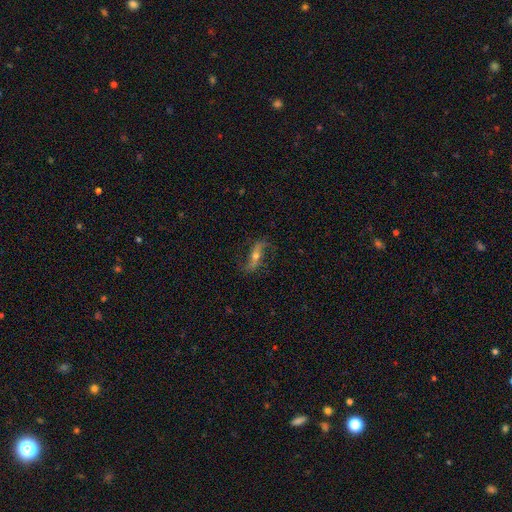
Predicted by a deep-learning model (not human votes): Smooth or featured? featured or disk (81%)
Edge-on disk? no (82%)
Bar? strong (42%)
Spiral arms? yes (93%)
Spiral winding? loose (81%)
Spiral arm count? 2 (92%)
Bulge size? moderate (56%)
Merging? none (79%)